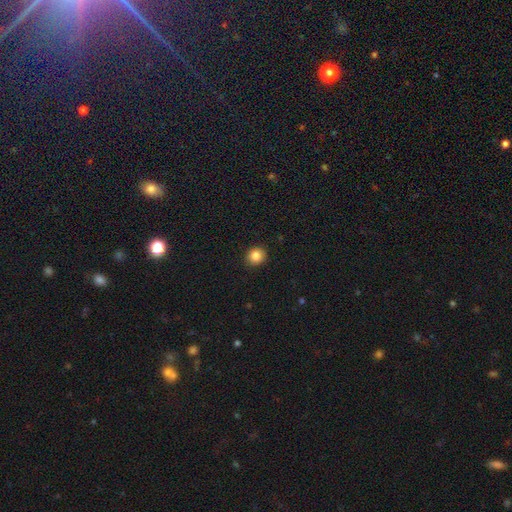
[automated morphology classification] The model was most divided on "how rounded": round: 82%, in between: 17%, cigar-shaped: 1%. More confident: merging — none (91%); smooth or featured — smooth (85%).